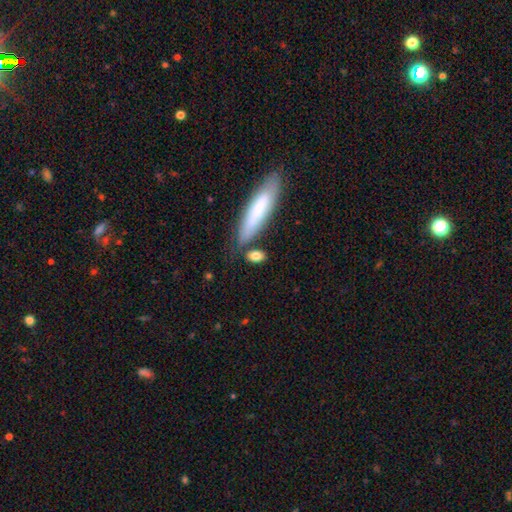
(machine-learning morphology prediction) smooth_or_featured: smooth (p=0.82) [alt: featured or disk p=0.12]
how_rounded: in between (p=0.69) [alt: cigar-shaped p=0.24]
merging: none (p=0.68) [alt: minor disturbance p=0.15]